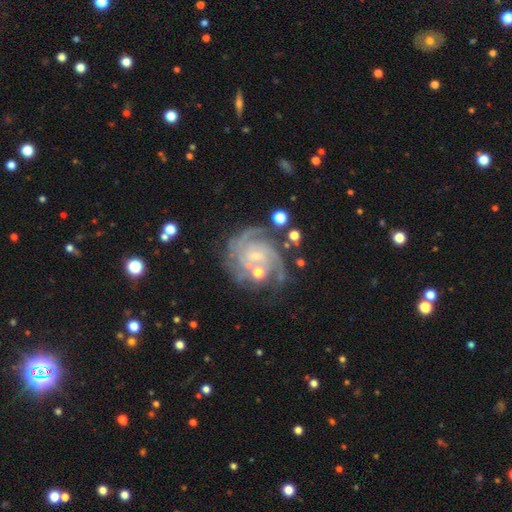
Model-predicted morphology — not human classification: smooth-or-featured: featured or disk: 87% | star or artifact: 7% | smooth: 6%
  disk-edge-on: no: 98% | yes: 2%
    bar: no: 60% | weak: 32% | strong: 8%
    has-spiral-arms: yes: 97% | no: 3%
      spiral-winding: tight: 64% | medium: 31% | loose: 6%
      spiral-arm-count: 3: 31% | can't tell: 21% | 2: 19% | 4: 16% | more than 4: 7% | 1: 7%
    bulge-size: small: 66% | moderate: 18% | none: 13% | large: 2% | dominant: 1%
  merging: none: 65% | minor disturbance: 18% | major disturbance: 10% | merger: 8%